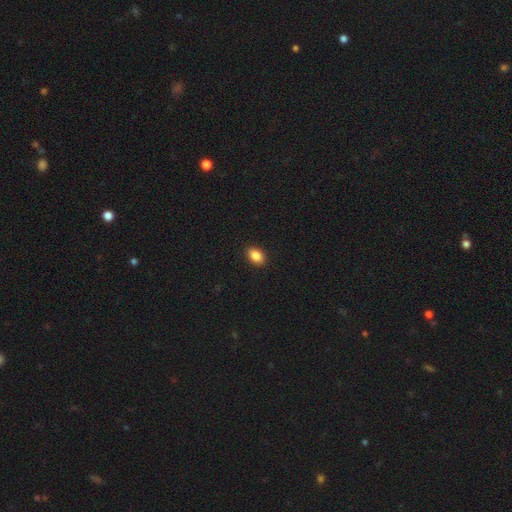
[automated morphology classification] smooth-or-featured: smooth: 87% | star or artifact: 9% | featured or disk: 4%
  how-rounded: in between: 83% | round: 16% | cigar-shaped: 1%
  merging: none: 91% | minor disturbance: 7% | major disturbance: 2% | merger: 1%